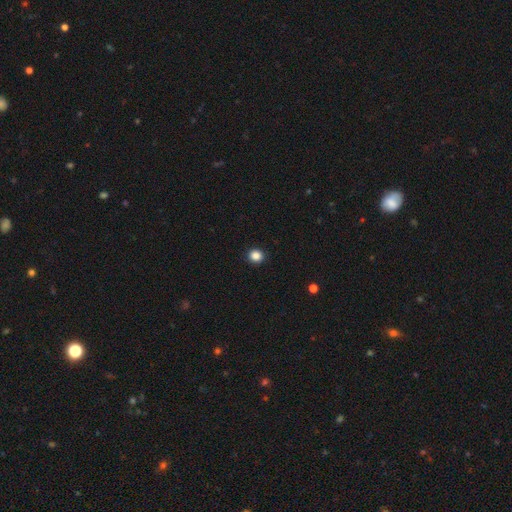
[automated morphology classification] A smooth galaxy with no disk features (87%) that is round (85%). Merging: none (93%).